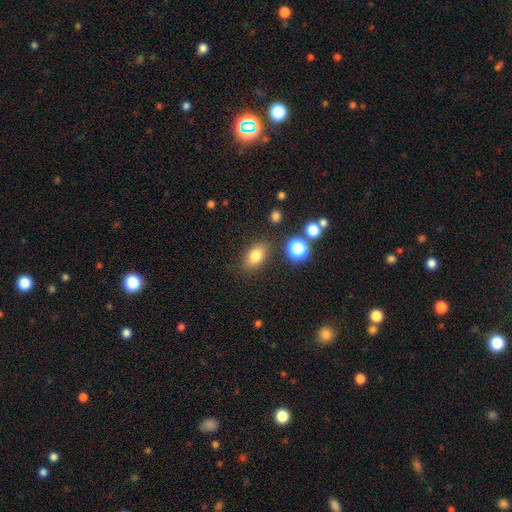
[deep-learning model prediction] smooth-or-featured: smooth: 79% | star or artifact: 12% | featured or disk: 10%
  how-rounded: in between: 80% | round: 17% | cigar-shaped: 3%
  merging: none: 82% | minor disturbance: 11% | major disturbance: 4% | merger: 3%